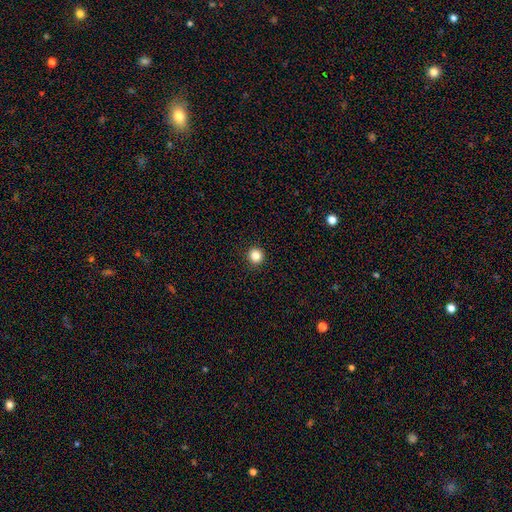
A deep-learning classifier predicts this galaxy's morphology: This appears to be a smooth galaxy with no disk features (85%) that is round (94%). Merging: none (93%).